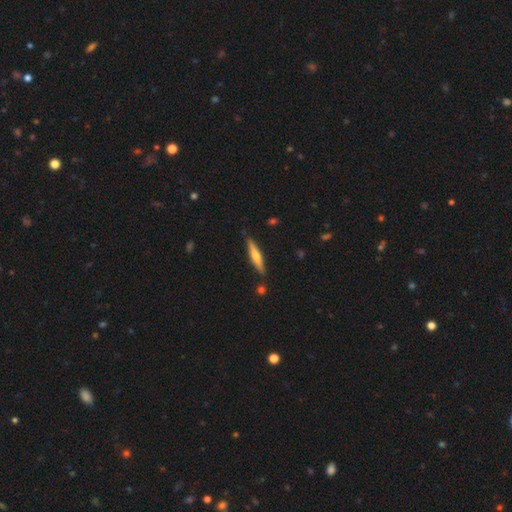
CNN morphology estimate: featured or disk 52%, smooth 43%, star or artifact 6%. Down the decision tree: edge-on disk — yes (95%); merging — none (86%).